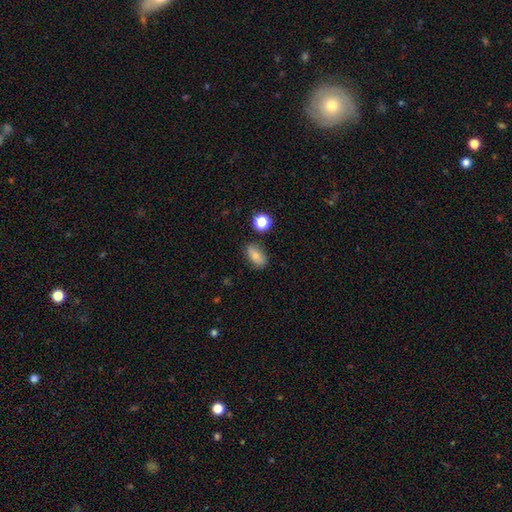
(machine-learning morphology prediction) A smooth galaxy with no disk features (77%) that is in between round and cigar-shaped (85%). Merging: none (80%).